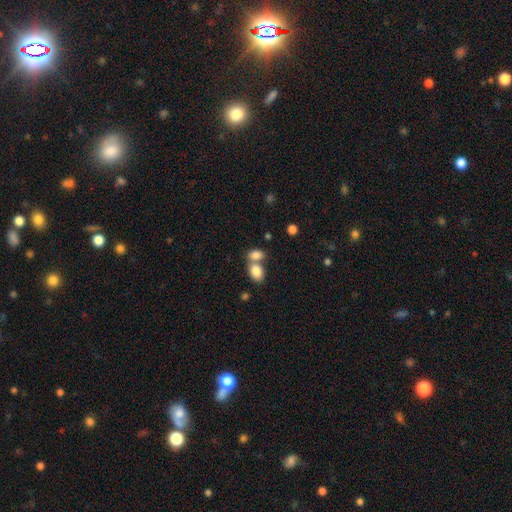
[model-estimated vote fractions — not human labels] The model was most divided on "merging": merger: 59%, none: 31%, minor disturbance: 7%, major disturbance: 3%. More confident: smooth or featured — smooth (83%); how rounded — in between (79%).